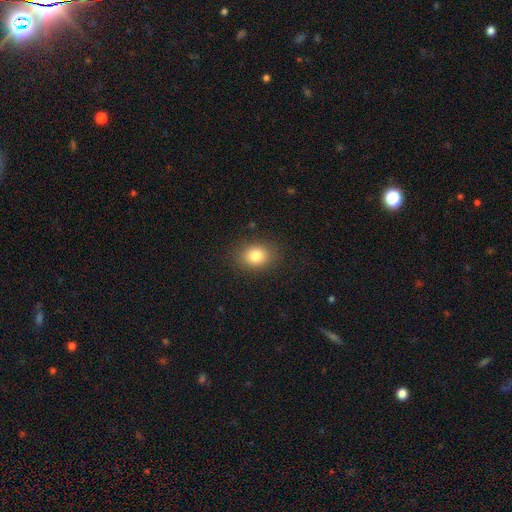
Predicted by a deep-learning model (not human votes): smooth 82%, star or artifact 10%, featured or disk 7%. Down the decision tree: how rounded — in between (56%); merging — none (87%).